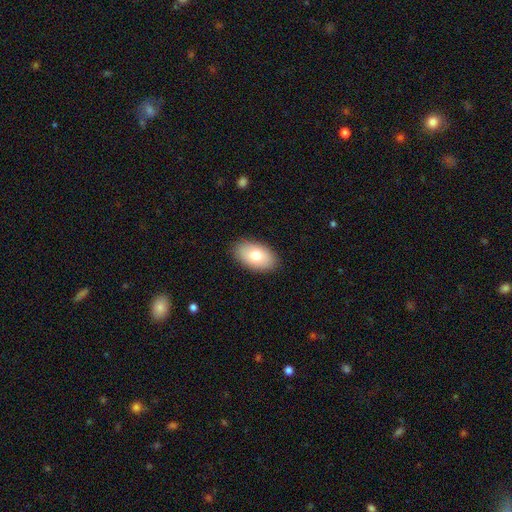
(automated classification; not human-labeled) Smooth or featured? Predicted: smooth (p=0.76). How rounded? Predicted: in between (p=0.93). Merging? Predicted: none (p=0.88).